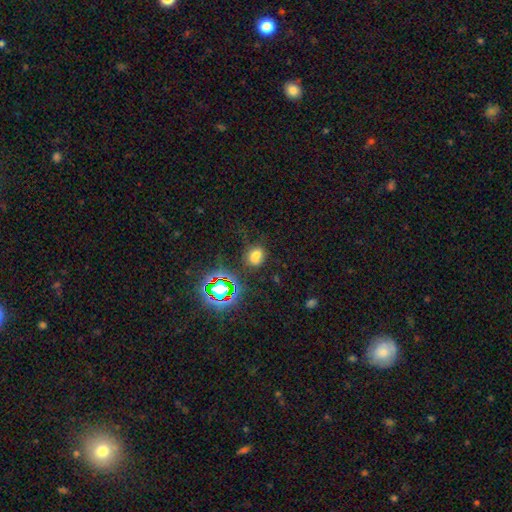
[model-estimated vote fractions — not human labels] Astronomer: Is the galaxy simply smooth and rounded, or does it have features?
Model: smooth — 64%.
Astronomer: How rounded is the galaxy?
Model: round — 52% (runner-up: in between, 46%).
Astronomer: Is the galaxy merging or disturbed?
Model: none — 70%.